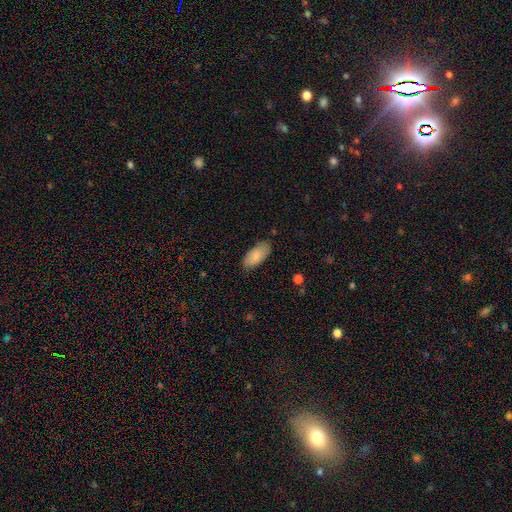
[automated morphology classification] smooth-or-featured: smooth: 85% | featured or disk: 9% | star or artifact: 6%
  how-rounded: in between: 90% | cigar-shaped: 8% | round: 2%
  merging: none: 81% | minor disturbance: 15% | major disturbance: 3% | merger: 1%